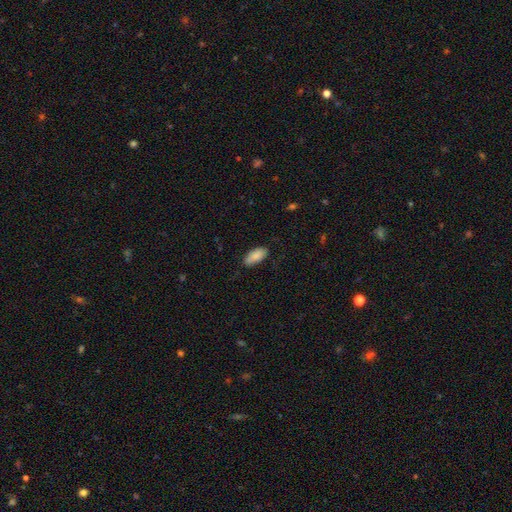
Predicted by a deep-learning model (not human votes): This appears to be a smooth galaxy with no disk features (86%) that is in between round and cigar-shaped (89%). Merging: none (78%).